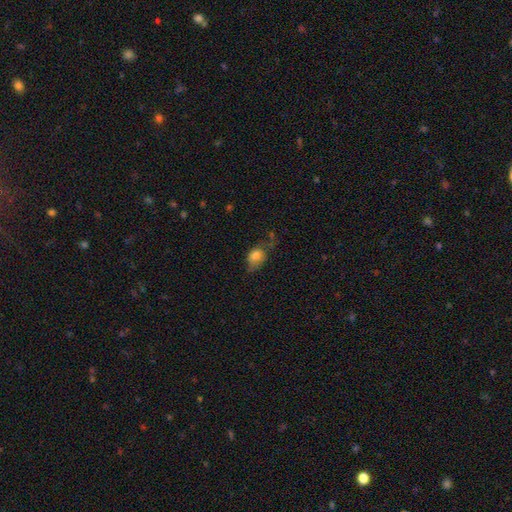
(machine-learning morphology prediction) Smooth or featured? Predicted: smooth (p=0.75). How rounded? Predicted: in between (p=0.79). Merging? Predicted: none (p=0.39).